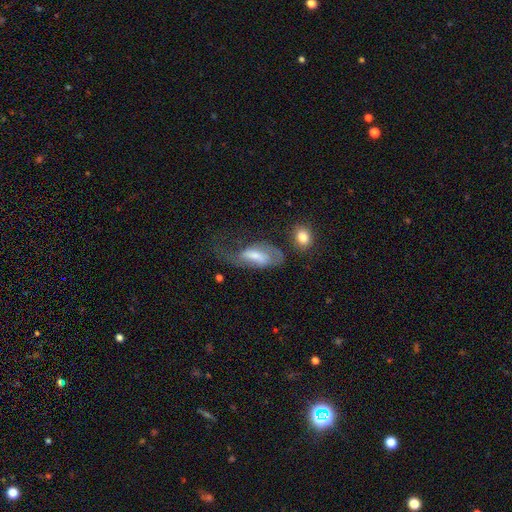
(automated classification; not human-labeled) Smooth or featured? Predicted: smooth (p=0.48). Merging? Predicted: major disturbance (p=0.51).